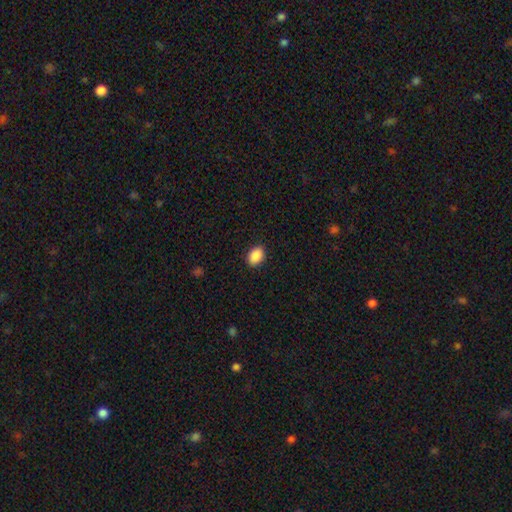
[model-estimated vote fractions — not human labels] Overall: smooth (90%). How rounded: in between (82%). Merging: none (90%).